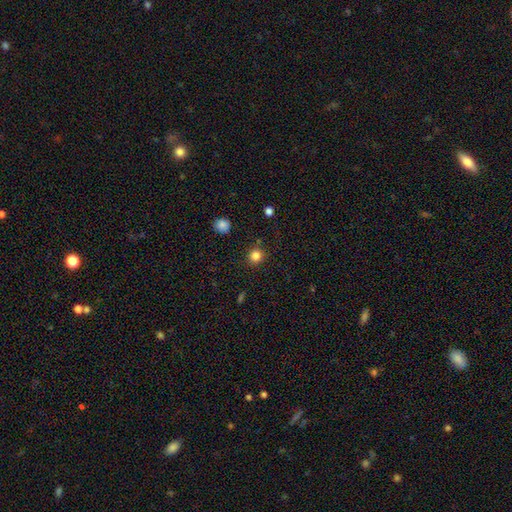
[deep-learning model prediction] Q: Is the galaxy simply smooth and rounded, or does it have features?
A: smooth — 83%.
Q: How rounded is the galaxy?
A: round — 91%.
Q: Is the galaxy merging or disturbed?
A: none — 88%.